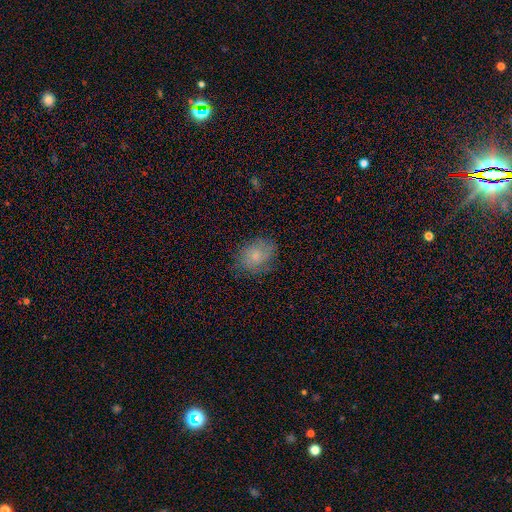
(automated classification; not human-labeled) Smooth or featured?
  - smooth: 68% *
  - featured or disk: 23%
  - star or artifact: 9%
How rounded?
  - in between: 63% *
  - round: 35%
  - cigar-shaped: 1%
Merging?
  - none: 72% *
  - minor disturbance: 20%
  - major disturbance: 7%
  - merger: 1%